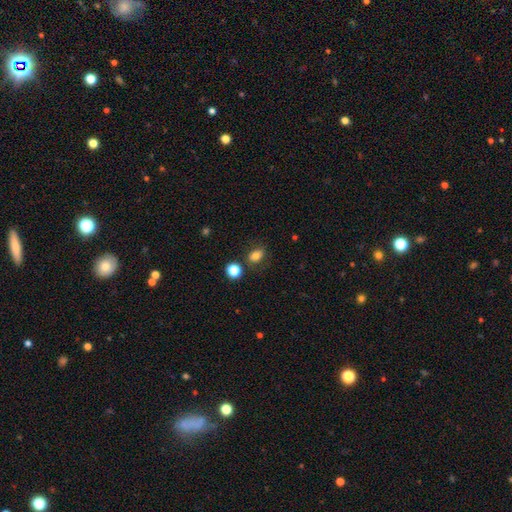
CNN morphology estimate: The model was most divided on "how rounded": in between: 70%, round: 28%, cigar-shaped: 2%. More confident: smooth or featured — smooth (78%); merging — none (72%).